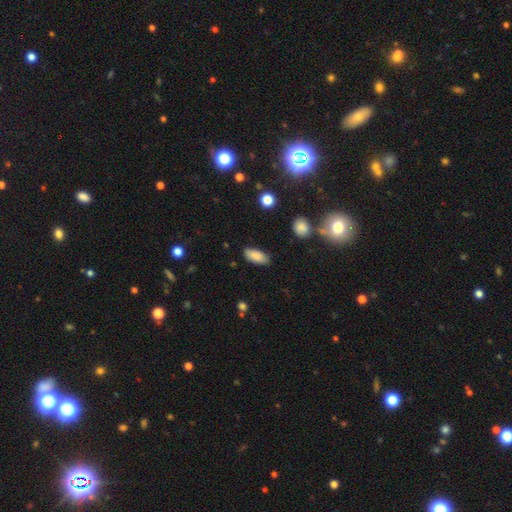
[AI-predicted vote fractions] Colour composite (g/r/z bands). It shows a smooth galaxy with no disk features (86%) that is in between round and cigar-shaped (88%). Merging: none (82%).